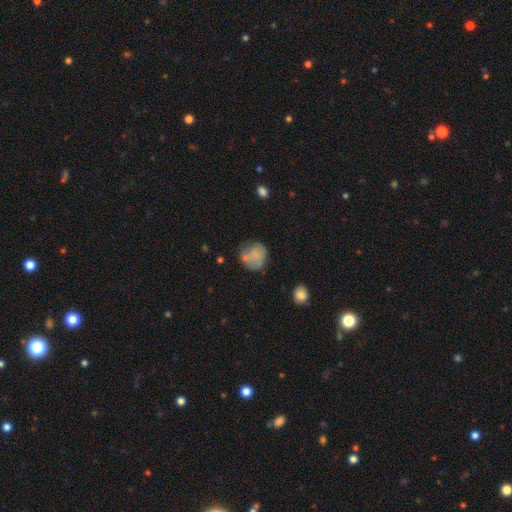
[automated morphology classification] Overall: smooth (69%). How rounded: round (80%). Merging: none (55%; minor disturbance 25%).